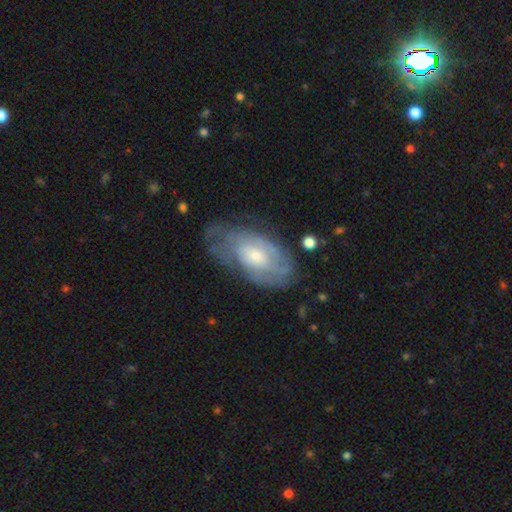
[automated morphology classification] A featured or disk galaxy (67%) with no bar (70%), spiral arms (75%) and a moderate central bulge (52%).

Vote fractions:
- Smooth or featured? featured or disk: 67% / smooth: 26% / star or artifact: 6%
- Edge-on disk? no: 93% / yes: 7%
- Bar? no: 70% / weak: 26% / strong: 4%
- Spiral arms? yes: 75% / no: 25%
- Bulge size? moderate: 52% / small: 36% / large: 8% / none: 3% / dominant: 1%
- Merging? none: 59% / minor disturbance: 26% / major disturbance: 13% / merger: 2%